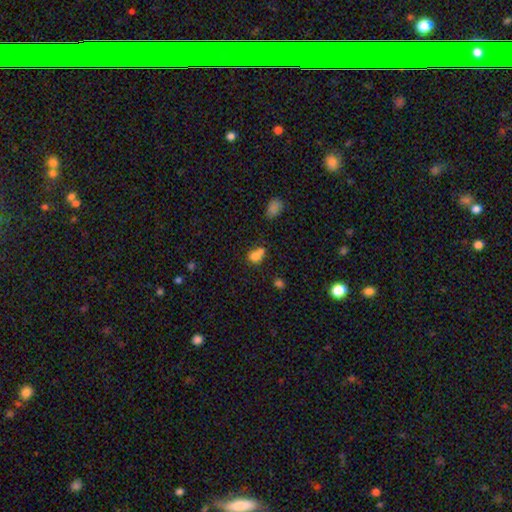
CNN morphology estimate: smooth 76%, star or artifact 13%, featured or disk 11%. Down the decision tree: how rounded — round (51%); merging — merger (43%).